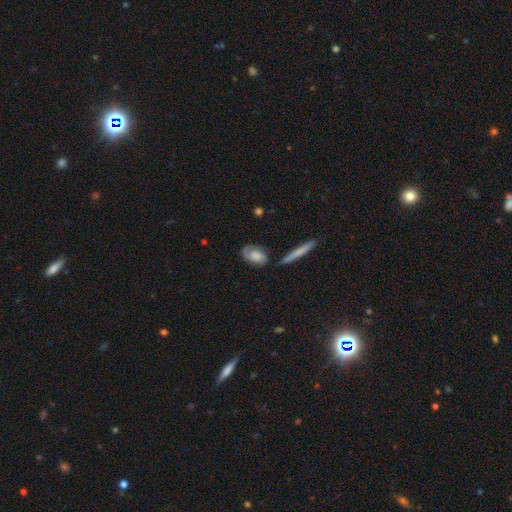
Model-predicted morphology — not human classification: type=featured or disk (57%); edge-on=no (91%); bar=no (68%); spiral arms=yes (89%); bulge=moderate (32%); merging=none (67%).